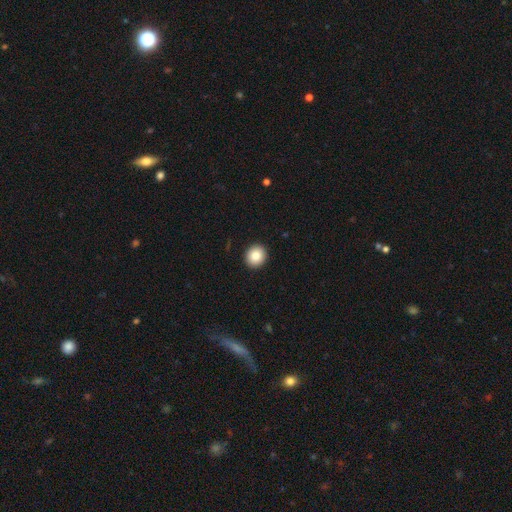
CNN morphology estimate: smooth 85%, star or artifact 8%, featured or disk 7%. Down the decision tree: how rounded — round (86%); merging — none (93%).